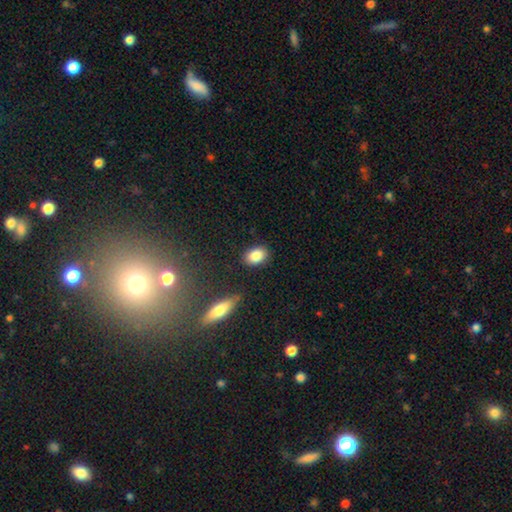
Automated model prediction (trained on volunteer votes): Q: Smooth or featured?
A: smooth (86%); runner-up: star or artifact (8%)
Q: How rounded?
A: in between (80%); runner-up: round (19%)
Q: Merging?
A: none (85%); runner-up: minor disturbance (10%)